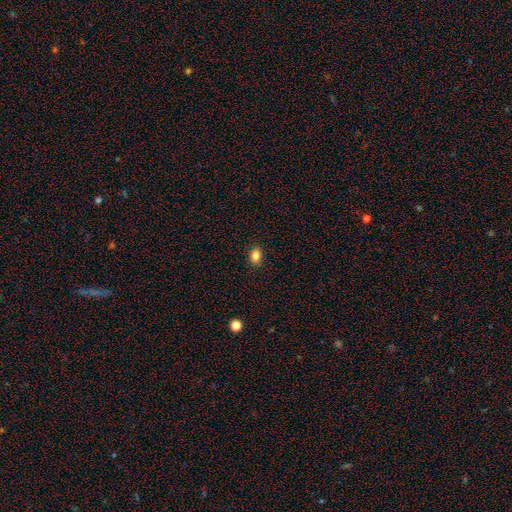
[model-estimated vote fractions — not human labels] smooth 84%, star or artifact 10%, featured or disk 6%. Down the decision tree: how rounded — in between (76%); merging — none (88%).